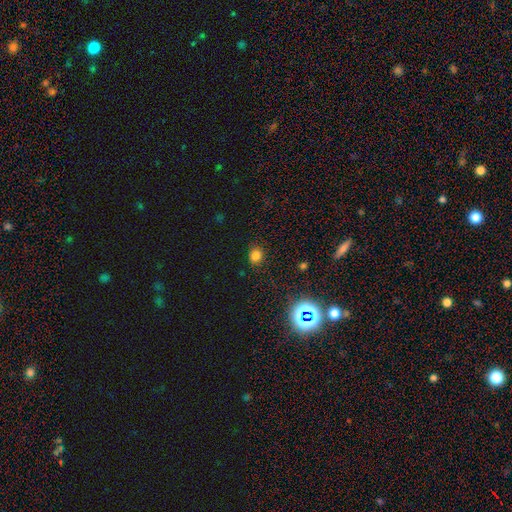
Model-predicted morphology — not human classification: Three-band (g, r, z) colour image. It shows a smooth galaxy with no disk features (77%) that is round (73%). Merging: none (88%).